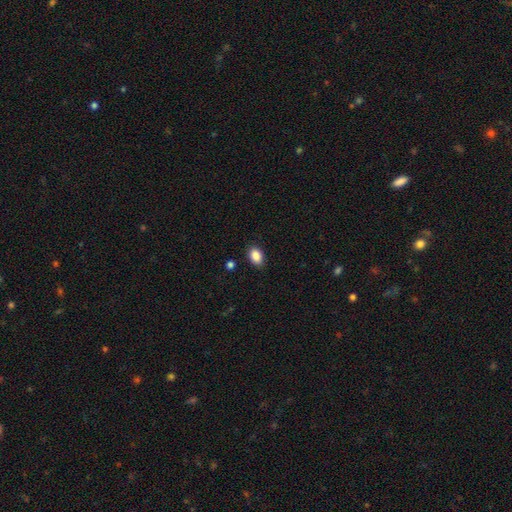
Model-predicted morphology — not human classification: smooth 88%, star or artifact 8%, featured or disk 4%. Down the decision tree: how rounded — in between (83%); merging — none (86%).